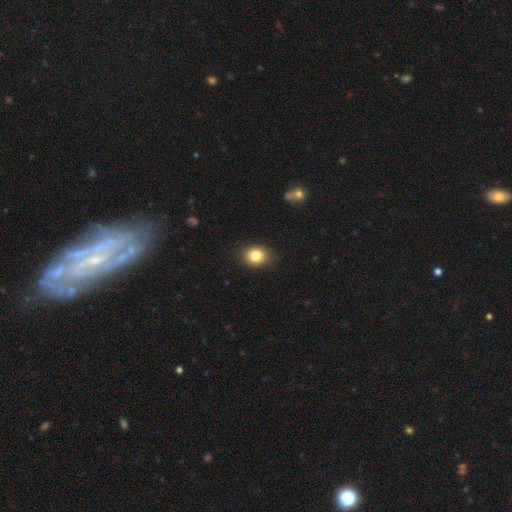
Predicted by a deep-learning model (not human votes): Smooth or featured? smooth (83%)
How rounded? round (52%)
Merging? none (88%)